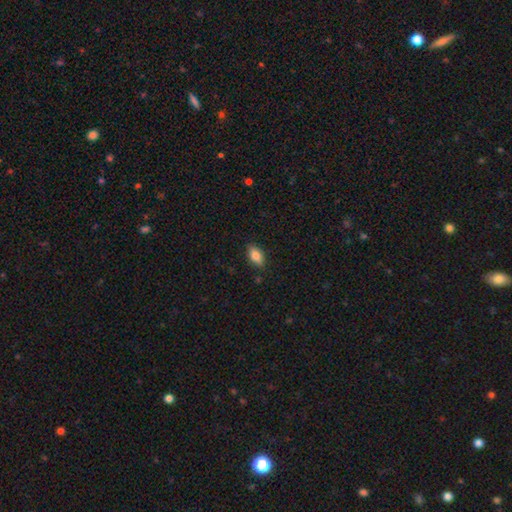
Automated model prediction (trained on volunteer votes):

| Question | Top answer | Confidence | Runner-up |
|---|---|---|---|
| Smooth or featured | smooth | 81% | featured or disk (11%) |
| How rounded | in between | 89% | cigar-shaped (6%) |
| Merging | none | 86% | minor disturbance (11%) |